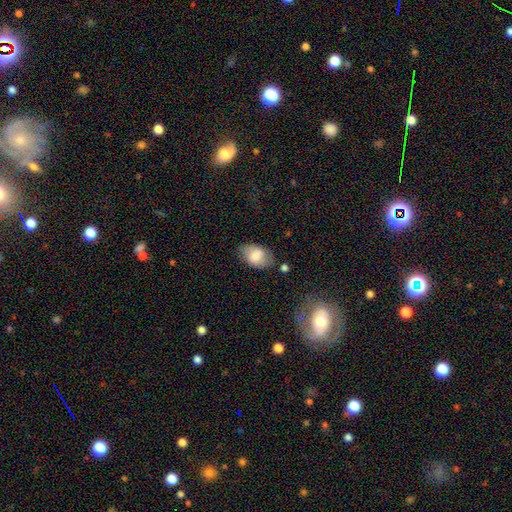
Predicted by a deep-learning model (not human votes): Smooth or featured? Predicted: smooth (p=0.74). How rounded? Predicted: in between (p=0.89). Merging? Predicted: none (p=0.70).